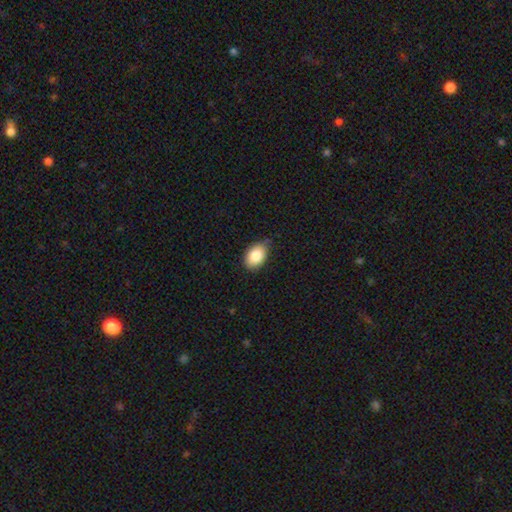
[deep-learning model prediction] smooth_or_featured: smooth (p=0.85) [alt: featured or disk p=0.08]
how_rounded: in between (p=0.87) [alt: round p=0.11]
merging: none (p=0.77) [alt: minor disturbance p=0.19]